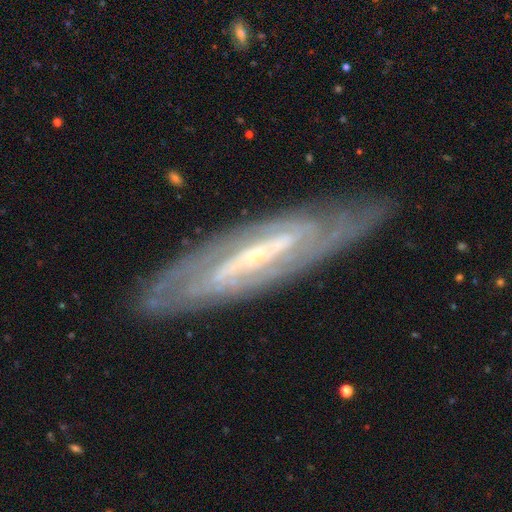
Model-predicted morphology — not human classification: This appears to be a featured or disk galaxy (85%) with a strong bar (55%), 2 (55%) tight (51%) spiral arms (90%) and a small central bulge (75%). Merging: none (80%).